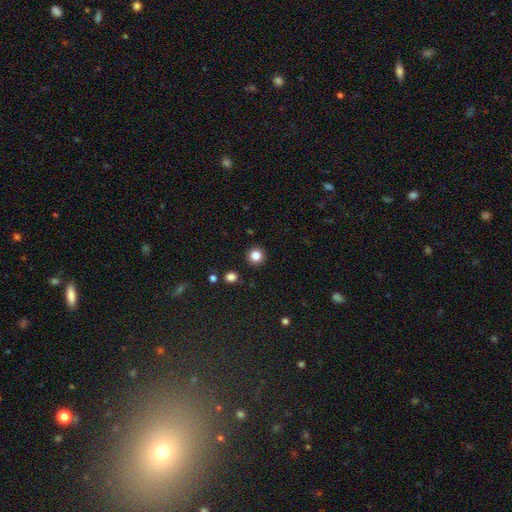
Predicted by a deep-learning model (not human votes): Smooth or featured? Predicted: smooth (p=0.84). How rounded? Predicted: round (p=0.94). Merging? Predicted: none (p=0.92).